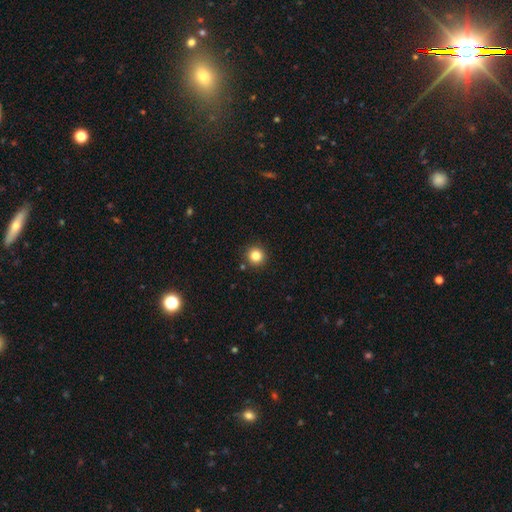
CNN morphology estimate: type=smooth (83%); roundness=round (95%); merging=none (91%).